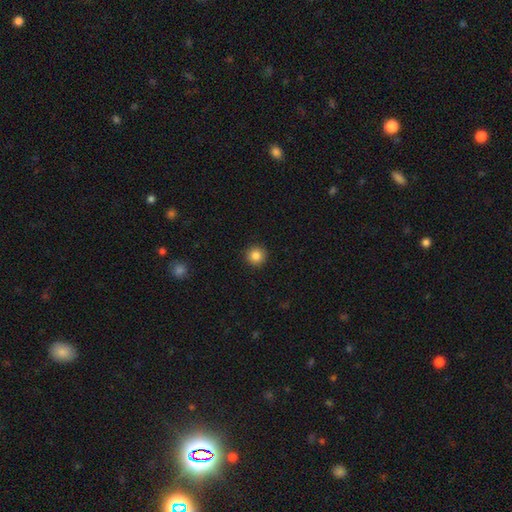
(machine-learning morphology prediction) Smooth or featured? smooth (85%)
How rounded? round (95%)
Merging? none (93%)